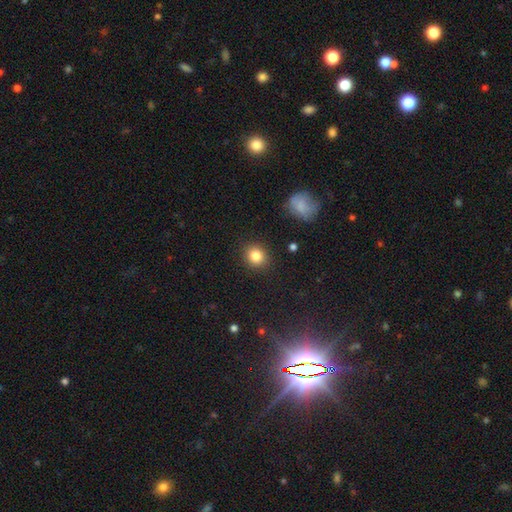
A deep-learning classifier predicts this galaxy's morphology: Smooth or featured?
  - smooth: 84% *
  - star or artifact: 10%
  - featured or disk: 6%
How rounded?
  - round: 77% *
  - in between: 22%
  - cigar-shaped: 1%
Merging?
  - none: 89% *
  - minor disturbance: 7%
  - major disturbance: 2%
  - merger: 1%